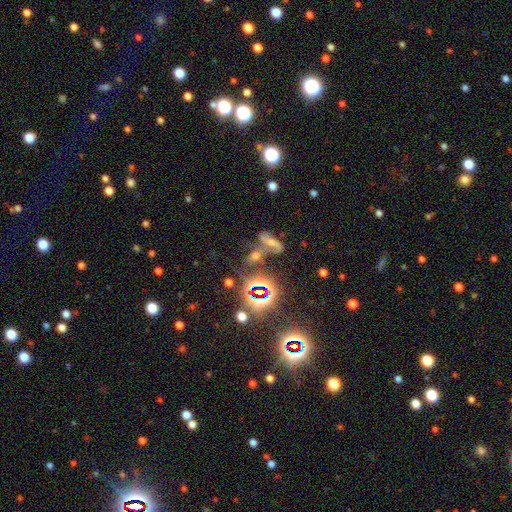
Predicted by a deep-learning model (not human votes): Smooth or featured: star or artifact — 45% (smooth — 33%)